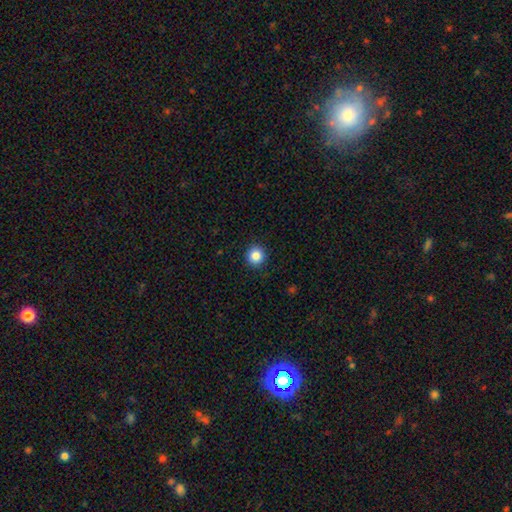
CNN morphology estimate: The model was most divided on "smooth or featured": smooth: 85%, star or artifact: 10%, featured or disk: 4%. More confident: how rounded — round (94%); merging — none (92%).